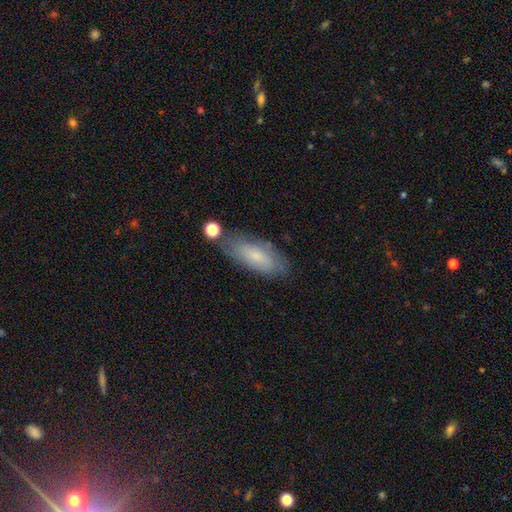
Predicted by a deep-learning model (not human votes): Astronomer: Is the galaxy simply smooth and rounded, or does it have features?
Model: smooth — 67%.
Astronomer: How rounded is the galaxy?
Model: in between — 72%.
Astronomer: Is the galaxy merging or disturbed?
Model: none — 73%.